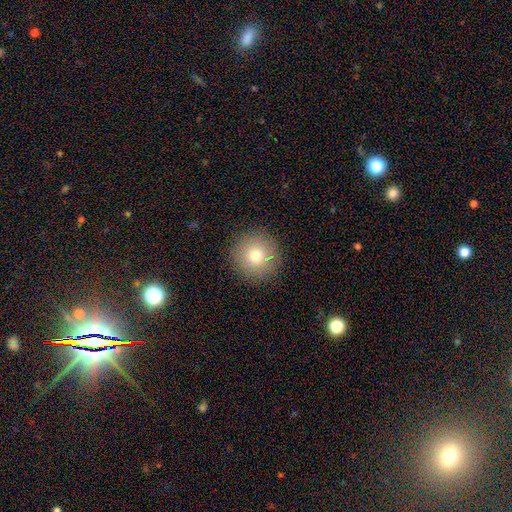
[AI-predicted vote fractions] smooth-or-featured: smooth: 74% | star or artifact: 13% | featured or disk: 12%
  how-rounded: round: 95% | in between: 4% | cigar-shaped: 1%
  merging: none: 90% | minor disturbance: 6% | major disturbance: 3% | merger: 1%